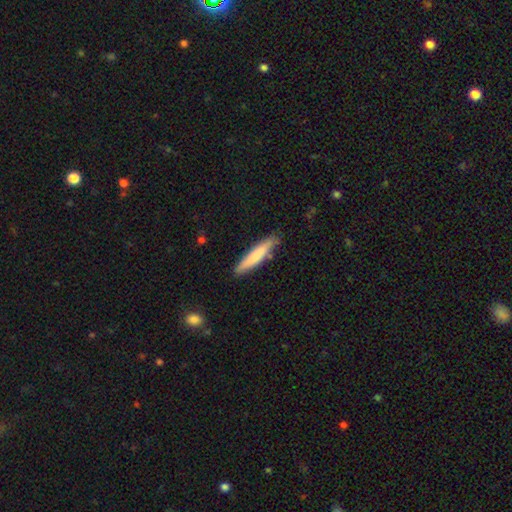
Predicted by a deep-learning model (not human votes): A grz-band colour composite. It shows a smooth galaxy with no disk features (74%) that is cigar-shaped (90%). Merging: none (82%).